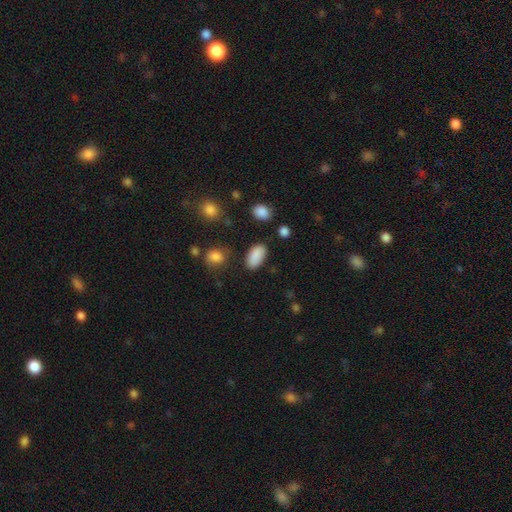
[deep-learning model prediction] A smooth galaxy with no disk features (88%) that is in between round and cigar-shaped (94%). Merging: none (84%).